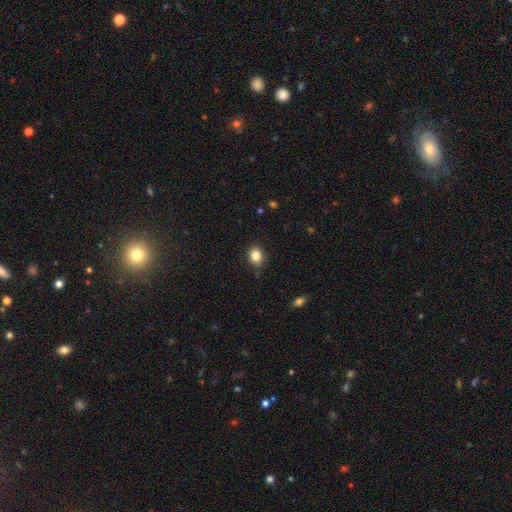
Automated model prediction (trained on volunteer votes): This is clearly a smooth galaxy (84%). How rounded: possibly round (51%). Merging: clearly none (85%).